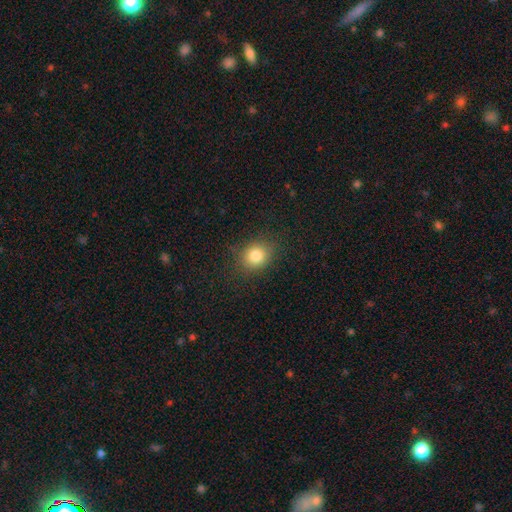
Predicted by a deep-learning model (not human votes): smooth_or_featured: smooth (p=0.82) [alt: star or artifact p=0.11]
how_rounded: round (p=0.67) [alt: in between p=0.32]
merging: none (p=0.85) [alt: minor disturbance p=0.11]